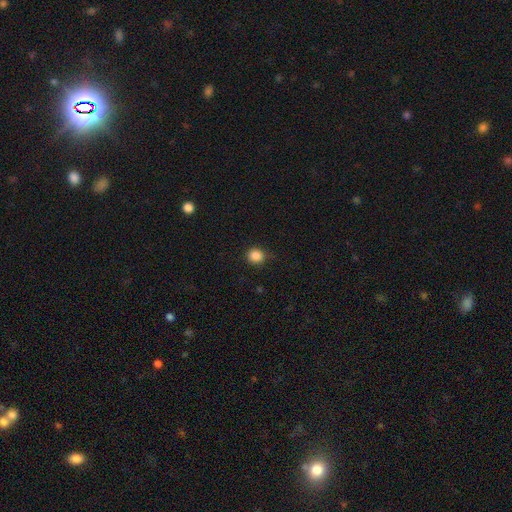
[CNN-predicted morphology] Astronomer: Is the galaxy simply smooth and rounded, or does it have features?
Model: smooth — 86%.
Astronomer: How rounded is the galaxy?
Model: round — 88%.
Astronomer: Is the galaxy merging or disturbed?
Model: none — 84%.